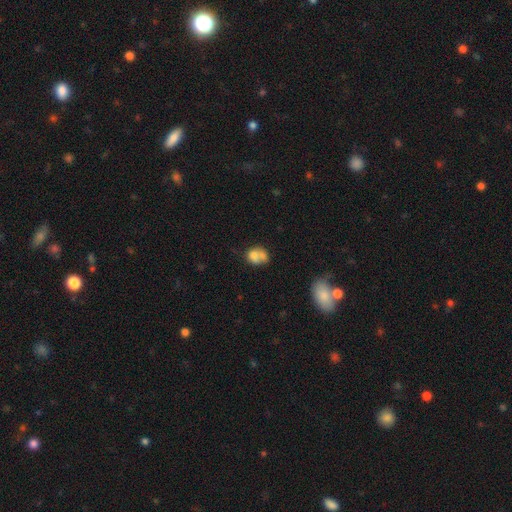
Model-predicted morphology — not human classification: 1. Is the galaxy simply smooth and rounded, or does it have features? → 70% smooth, 21% featured or disk, 10% star or artifact.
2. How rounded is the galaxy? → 51% round, 48% in between, 1% cigar-shaped.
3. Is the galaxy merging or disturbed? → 55% merger, 25% none, 12% minor disturbance, 8% major disturbance.